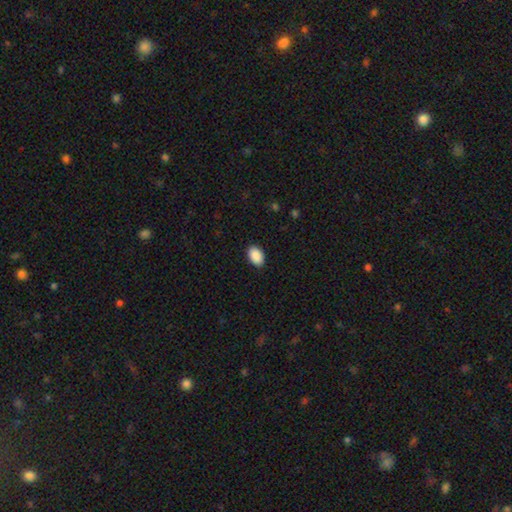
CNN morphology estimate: The model was most divided on "merging": none: 90%, minor disturbance: 7%, major disturbance: 2%, merger: 1%. More confident: how rounded — in between (91%); smooth or featured — smooth (91%).